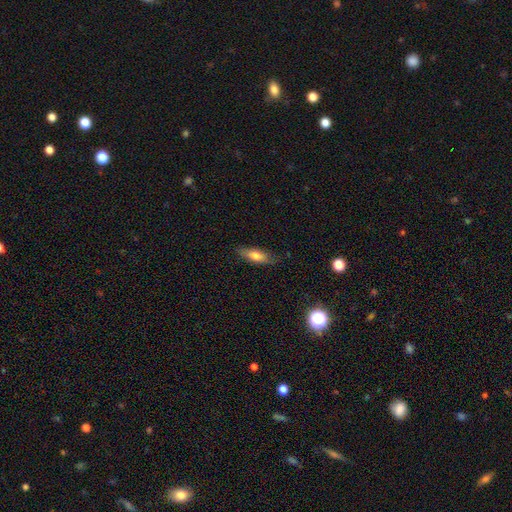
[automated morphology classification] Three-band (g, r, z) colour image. It shows a smooth galaxy with no disk features (69%) that is in between round and cigar-shaped (54%). Merging: none (79%).